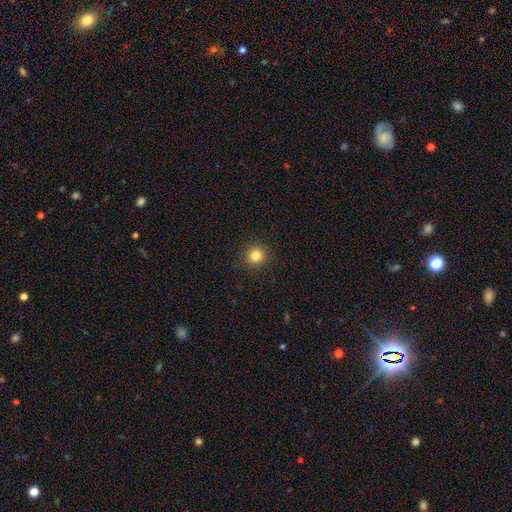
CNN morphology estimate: Overall: smooth (82%). How rounded: round (94%). Merging: none (92%).